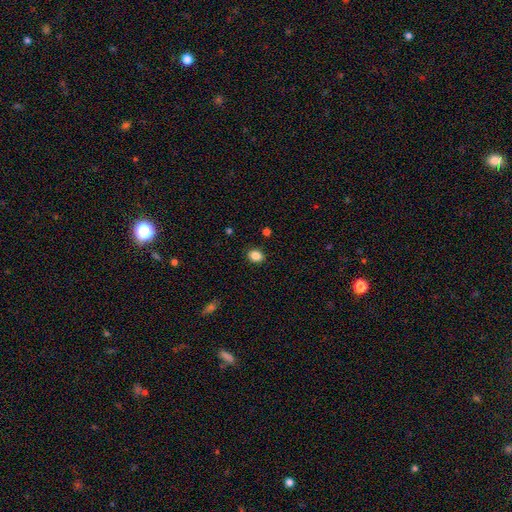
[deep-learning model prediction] Morphology: type=smooth (86%); roundness=in between (56%); merging=none (89%).